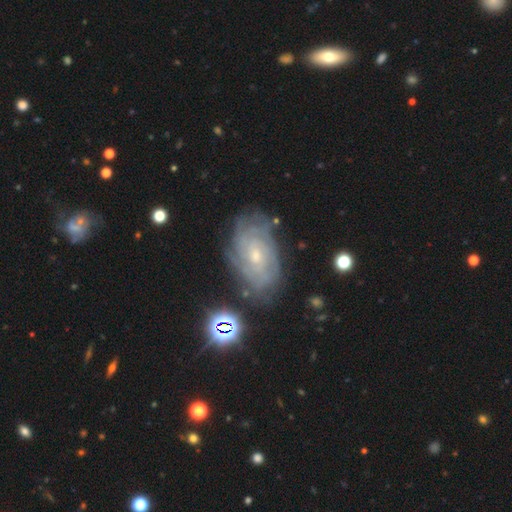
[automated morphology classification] A featured or disk galaxy (75%) with no bar (66%), tight (72%) spiral arms (90%) and a small central bulge (66%). Merging: none (73%).